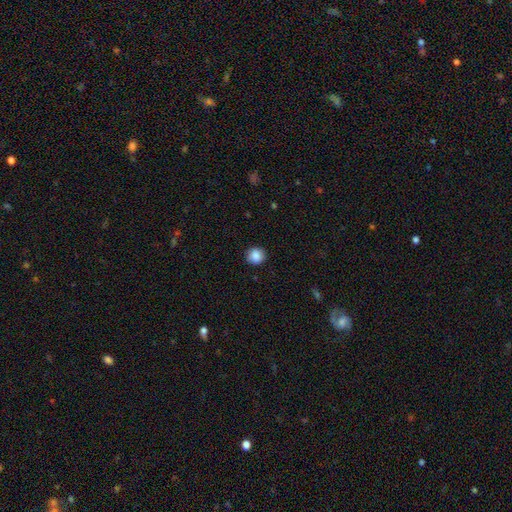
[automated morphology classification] The model was most divided on "how rounded": round: 88%, in between: 11%, cigar-shaped: 1%. More confident: merging — none (89%); smooth or featured — smooth (86%).